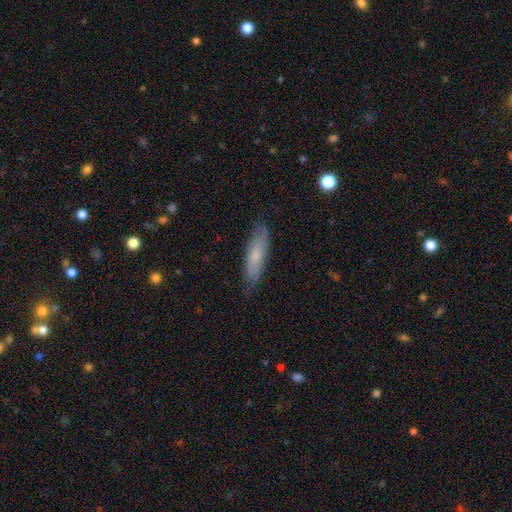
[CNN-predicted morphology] Smooth or featured? Predicted: smooth (p=0.67). How rounded? Predicted: cigar-shaped (p=0.62). Merging? Predicted: none (p=0.79).